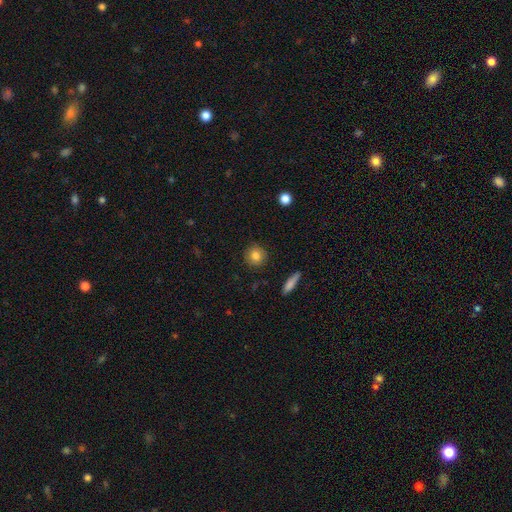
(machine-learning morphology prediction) Smooth or featured: smooth — 82% (featured or disk — 10%)
How rounded: round — 89% (in between — 9%)
Merging: none — 89% (minor disturbance — 8%)